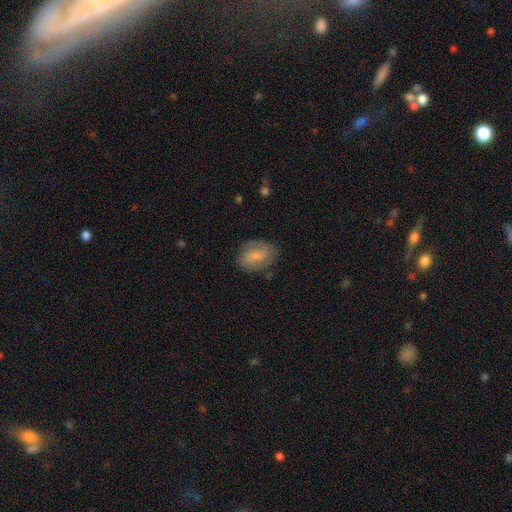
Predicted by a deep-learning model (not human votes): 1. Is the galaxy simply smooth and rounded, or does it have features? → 53% smooth, 40% featured or disk, 8% star or artifact.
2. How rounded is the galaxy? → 72% in between, 26% round, 2% cigar-shaped.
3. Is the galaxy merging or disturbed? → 72% none, 20% minor disturbance, 7% major disturbance, 2% merger.